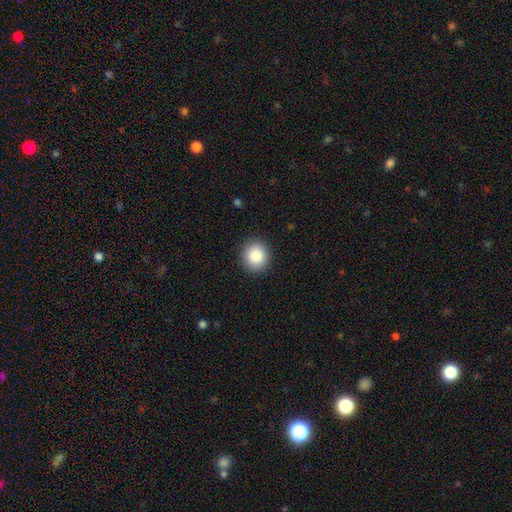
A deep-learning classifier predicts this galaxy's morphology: A smooth galaxy with no disk features (86%) that is round (87%). Merging: none (91%).